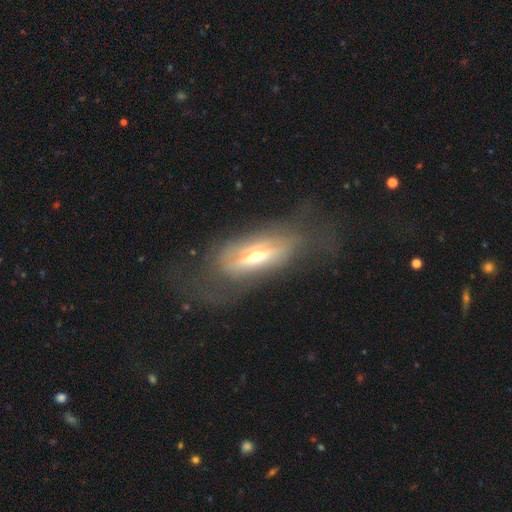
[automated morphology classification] Q: Smooth or featured?
A: featured or disk (64%); runner-up: smooth (28%)
Q: Edge-on disk?
A: yes (58%); runner-up: no (42%)
Q: Merging?
A: none (49%); runner-up: major disturbance (28%)